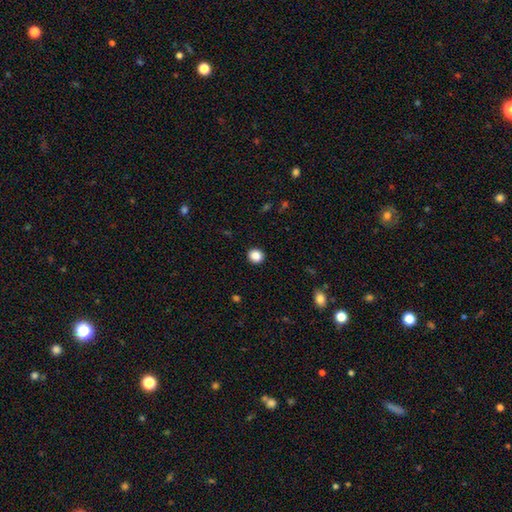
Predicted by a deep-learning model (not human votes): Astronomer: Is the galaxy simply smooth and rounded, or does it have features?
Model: smooth — 88%.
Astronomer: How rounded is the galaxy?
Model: round — 83%.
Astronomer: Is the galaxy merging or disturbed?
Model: none — 92%.